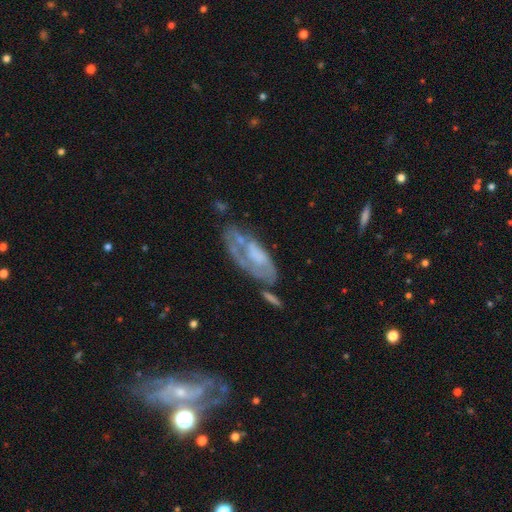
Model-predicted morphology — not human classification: Smooth or featured?
  - featured or disk: 65% *
  - smooth: 28%
  - star or artifact: 7%
Edge-on disk?
  - no: 91% *
  - yes: 9%
Bar?
  - no: 74% *
  - weak: 20%
  - strong: 6%
Spiral arms?
  - yes: 57% *
  - no: 43%
Bulge size?
  - none: 47% *
  - moderate: 22%
  - small: 17%
  - large: 13%
  - dominant: 2%
Merging?
  - none: 37% *
  - major disturbance: 26%
  - minor disturbance: 22%
  - merger: 14%